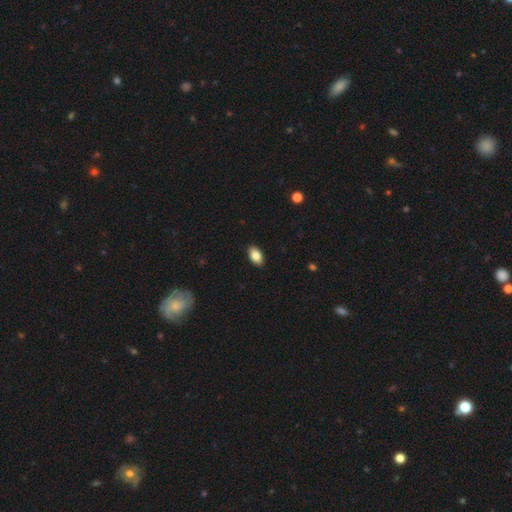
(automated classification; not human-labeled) A smooth galaxy with no disk features (85%) that is in between round and cigar-shaped (93%).

Vote fractions:
- Smooth or featured? smooth: 85% / featured or disk: 8% / star or artifact: 7%
- How rounded? in between: 93% / round: 5% / cigar-shaped: 2%
- Merging? none: 90% / minor disturbance: 8% / major disturbance: 2% / merger: 1%